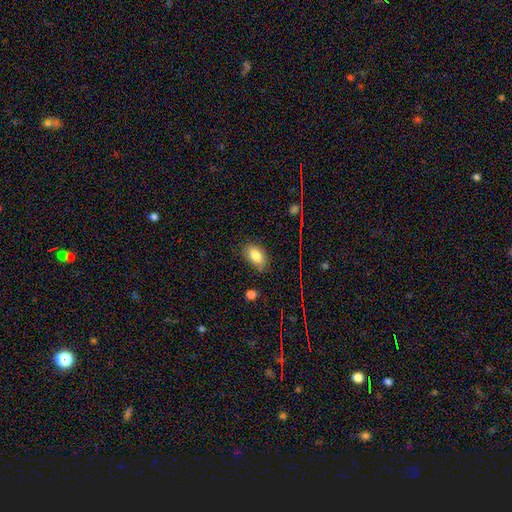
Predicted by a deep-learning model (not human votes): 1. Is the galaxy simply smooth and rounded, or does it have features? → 81% smooth, 10% featured or disk, 10% star or artifact.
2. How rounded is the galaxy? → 89% in between, 9% round, 2% cigar-shaped.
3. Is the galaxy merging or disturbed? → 79% none, 16% minor disturbance, 3% major disturbance, 2% merger.